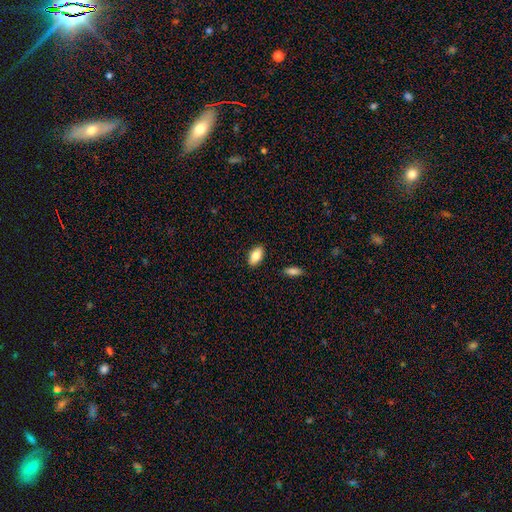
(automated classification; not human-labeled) Smooth or featured? Predicted: smooth (p=0.82). How rounded? Predicted: in between (p=0.92). Merging? Predicted: none (p=0.88).